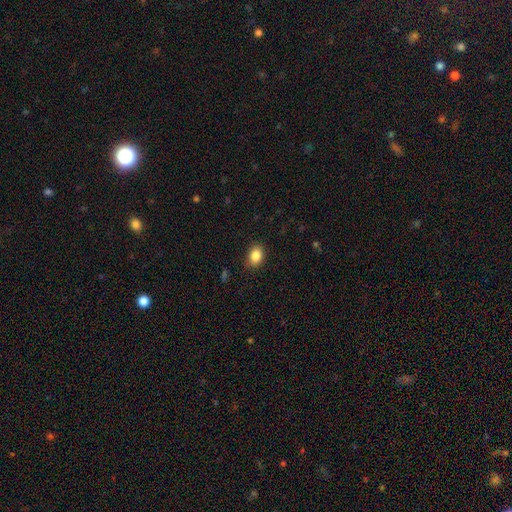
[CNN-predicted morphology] Q: Smooth or featured?
A: smooth (87%); runner-up: star or artifact (9%)
Q: How rounded?
A: in between (74%); runner-up: round (25%)
Q: Merging?
A: none (86%); runner-up: minor disturbance (11%)